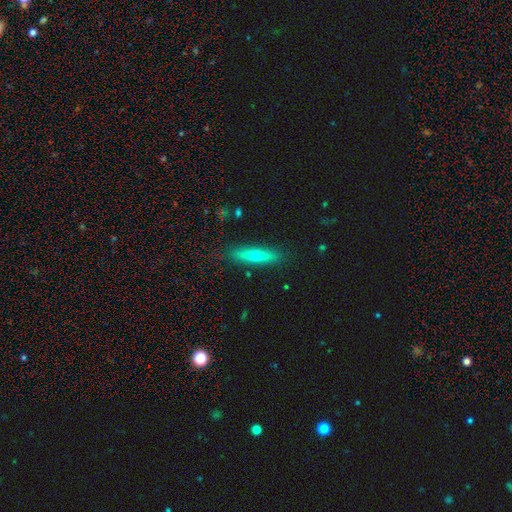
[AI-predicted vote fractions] Smooth or featured? smooth (47%)
Merging? none (86%)